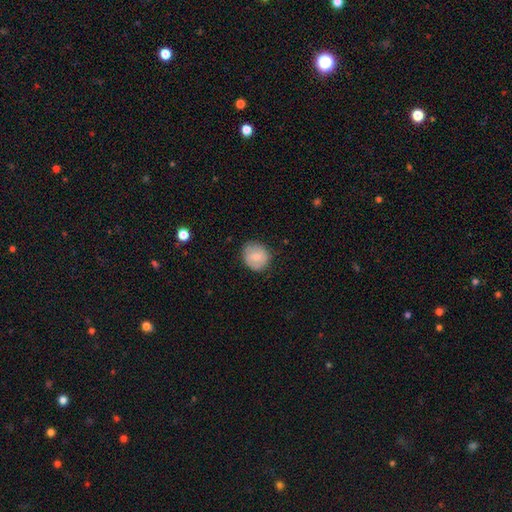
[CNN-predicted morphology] Smooth or featured: smooth — 69% (featured or disk — 24%)
How rounded: round — 79% (in between — 20%)
Merging: none — 77% (minor disturbance — 18%)